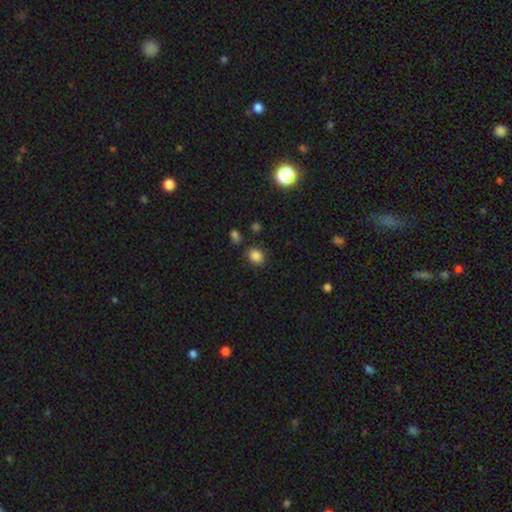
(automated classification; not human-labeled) This appears to be a smooth galaxy with no disk features (84%) that is round (63%). Merging: none (81%).